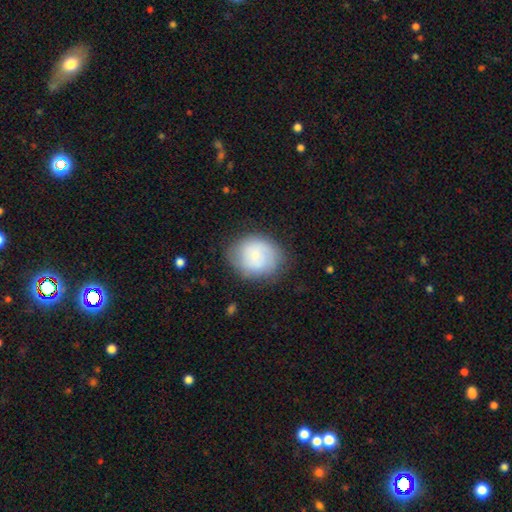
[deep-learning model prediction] A smooth galaxy with no disk features (60%) that is round (75%). Merging: none (74%).